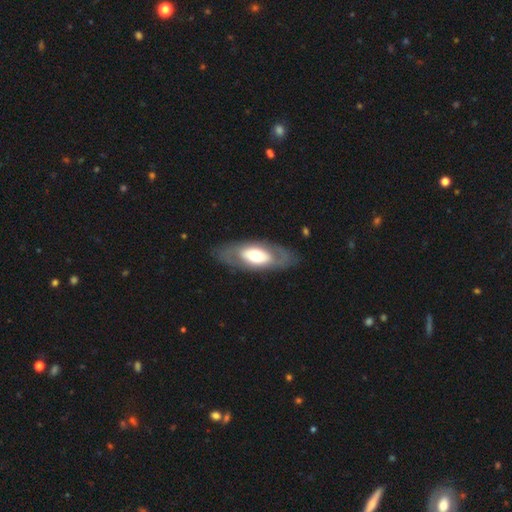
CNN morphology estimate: Smooth or featured?
  - featured or disk: 53% *
  - smooth: 41%
  - star or artifact: 5%
Edge-on disk?
  - no: 83% *
  - yes: 17%
Merging?
  - none: 80% *
  - minor disturbance: 12%
  - major disturbance: 7%
  - merger: 1%